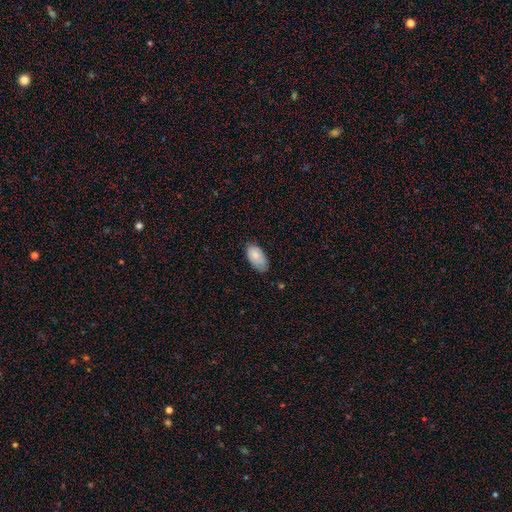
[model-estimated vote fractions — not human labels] Q: Smooth or featured?
A: smooth (81%); runner-up: featured or disk (12%)
Q: How rounded?
A: in between (95%); runner-up: round (3%)
Q: Merging?
A: none (66%); runner-up: minor disturbance (28%)